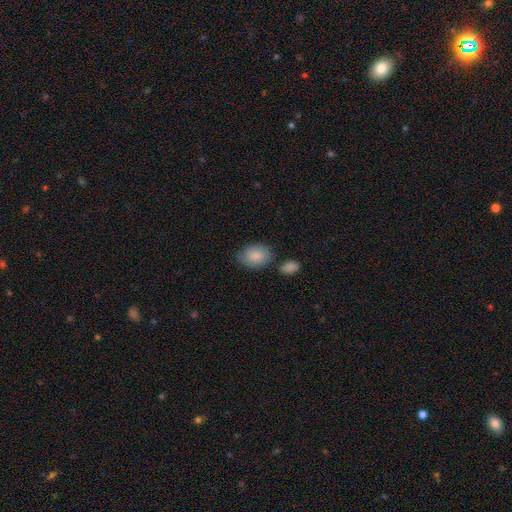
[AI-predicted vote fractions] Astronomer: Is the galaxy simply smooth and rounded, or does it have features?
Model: smooth — 86%.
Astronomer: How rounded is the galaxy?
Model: in between — 75%.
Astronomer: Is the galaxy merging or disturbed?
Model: none — 68%.